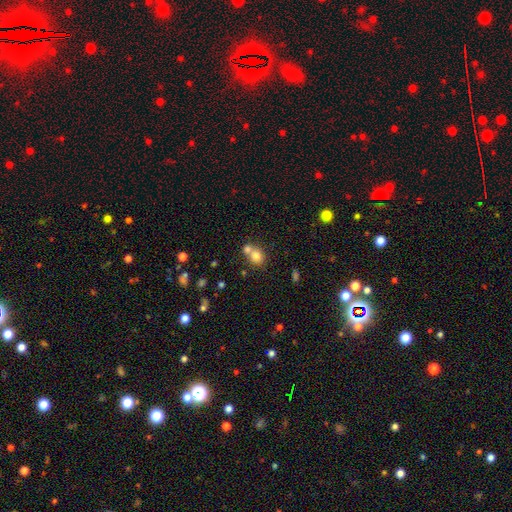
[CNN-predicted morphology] Smooth or featured? Predicted: smooth (p=0.77). How rounded? Predicted: round (p=0.73). Merging? Predicted: merger (p=0.48).